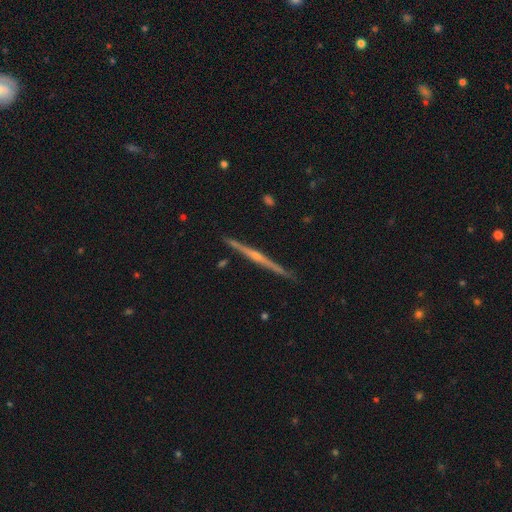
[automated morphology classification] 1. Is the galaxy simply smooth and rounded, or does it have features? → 78% featured or disk, 15% smooth, 7% star or artifact.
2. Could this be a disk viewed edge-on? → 98% yes, 2% no.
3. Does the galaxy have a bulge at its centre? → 66% rounded, 26% none, 8% boxy.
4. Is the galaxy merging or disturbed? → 90% none, 7% minor disturbance, 1% major disturbance, 1% merger.